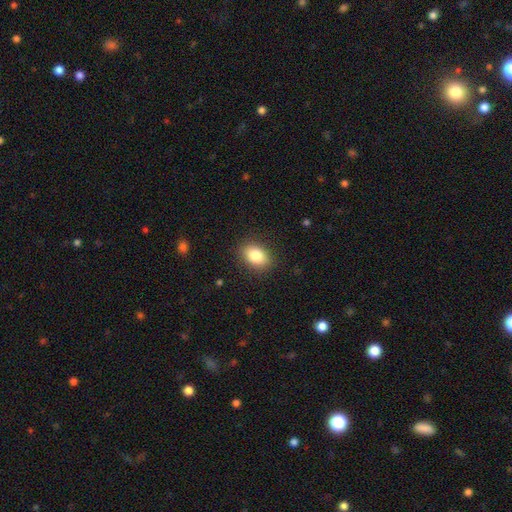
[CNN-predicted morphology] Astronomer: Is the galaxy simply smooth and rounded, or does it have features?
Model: smooth — 84%.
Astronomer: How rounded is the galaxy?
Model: in between — 78%.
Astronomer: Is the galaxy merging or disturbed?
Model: none — 88%.